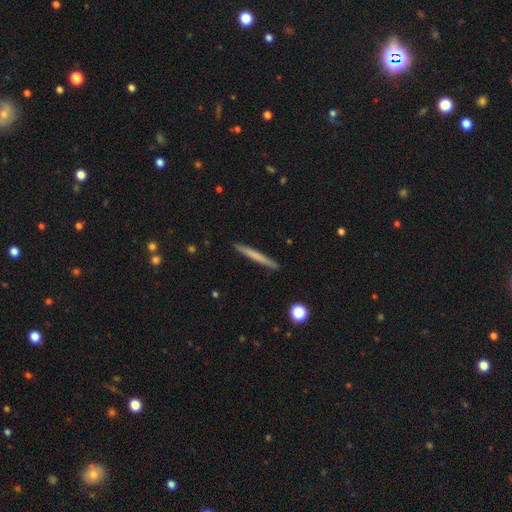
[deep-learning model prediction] Overall: smooth (62%; featured or disk 32%). How rounded: cigar-shaped (97%). Merging: none (92%).